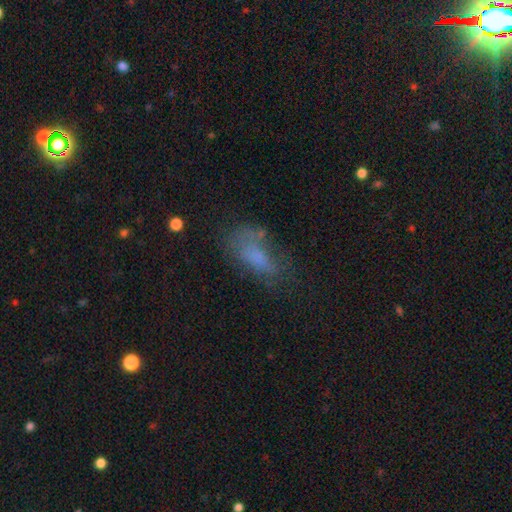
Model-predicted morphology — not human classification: smooth-or-featured: smooth: 62% | featured or disk: 25% | star or artifact: 13%
  how-rounded: in between: 85% | cigar-shaped: 11% | round: 5%
  merging: none: 47% | minor disturbance: 26% | major disturbance: 23% | merger: 5%